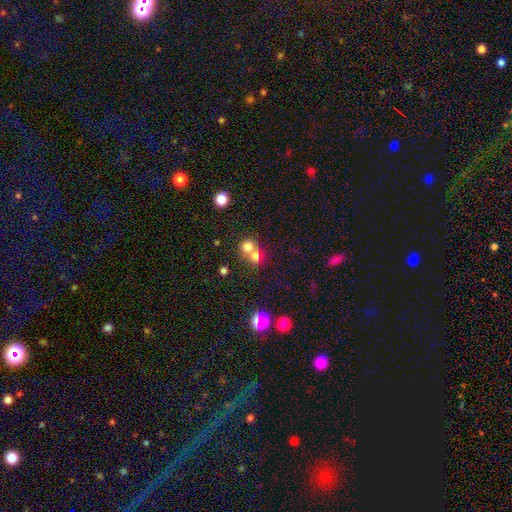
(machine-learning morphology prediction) This appears to be a smooth galaxy with no disk features (71%) that is round (77%). Merging: merger (59%).